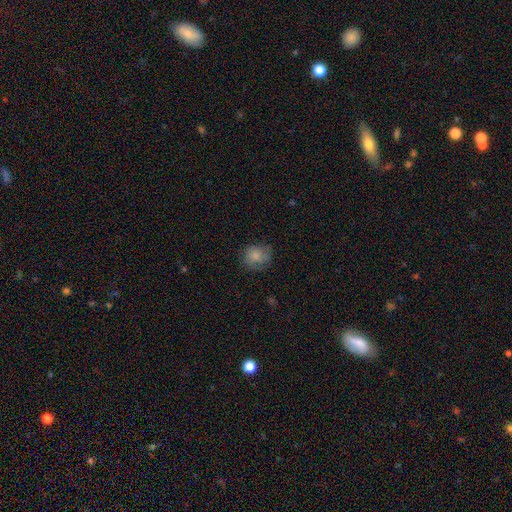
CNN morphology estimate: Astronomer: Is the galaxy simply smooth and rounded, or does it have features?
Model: smooth — 81%.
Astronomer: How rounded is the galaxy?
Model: round — 73%.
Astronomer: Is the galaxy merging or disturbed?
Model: none — 69%.